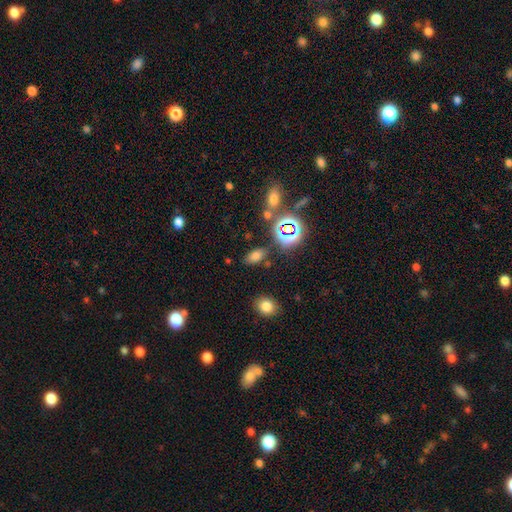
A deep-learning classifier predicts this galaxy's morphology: This appears to be a smooth galaxy with no disk features (68%) that is in between round and cigar-shaped (87%). Merging: none (79%).